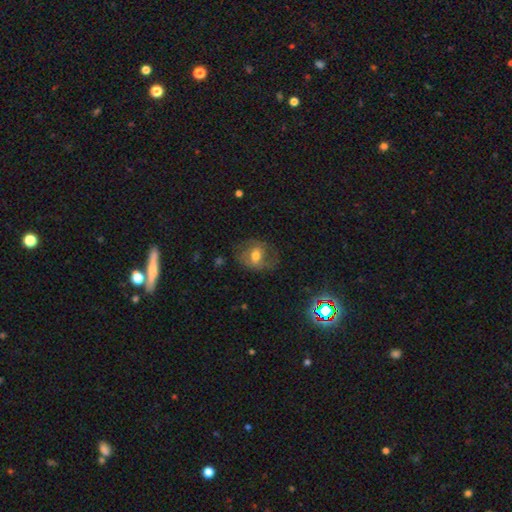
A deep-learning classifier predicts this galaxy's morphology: Smooth or featured?
  - smooth: 52% *
  - featured or disk: 38%
  - star or artifact: 10%
How rounded?
  - in between: 51% *
  - round: 48%
  - cigar-shaped: 1%
Merging?
  - none: 59% *
  - minor disturbance: 23%
  - major disturbance: 16%
  - merger: 1%